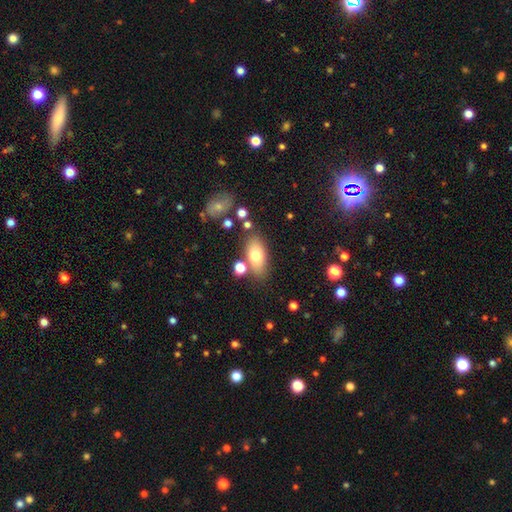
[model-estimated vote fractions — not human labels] This is likely a smooth galaxy (74%). How rounded: clearly in between (86%). Merging: likely none (75%).